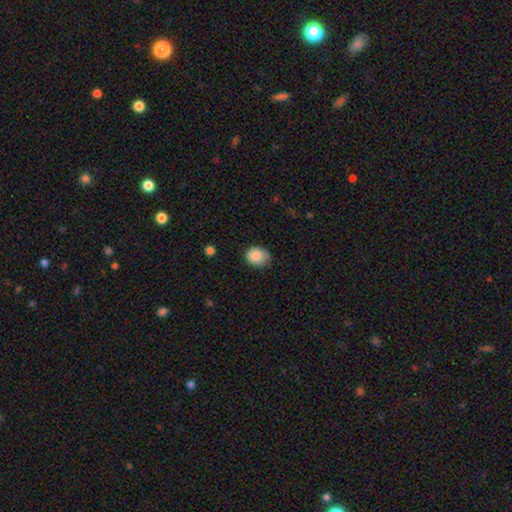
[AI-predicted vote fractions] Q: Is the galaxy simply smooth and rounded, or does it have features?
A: smooth — 84%.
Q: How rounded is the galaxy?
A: round — 54%.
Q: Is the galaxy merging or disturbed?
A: none — 67%.